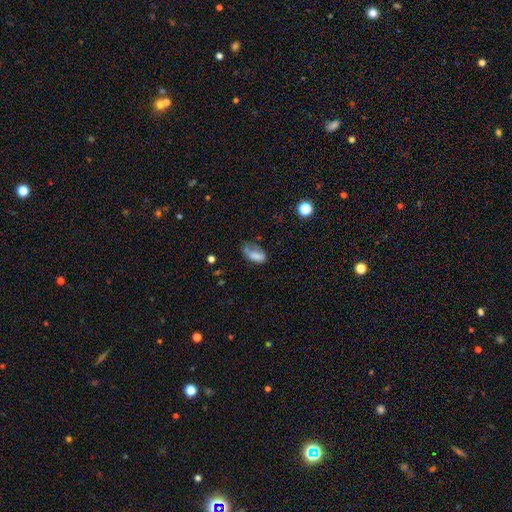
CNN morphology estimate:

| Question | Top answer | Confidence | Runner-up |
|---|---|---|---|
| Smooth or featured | smooth | 73% | featured or disk (16%) |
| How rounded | in between | 87% | cigar-shaped (7%) |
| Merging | minor disturbance | 35% | none (34%) |